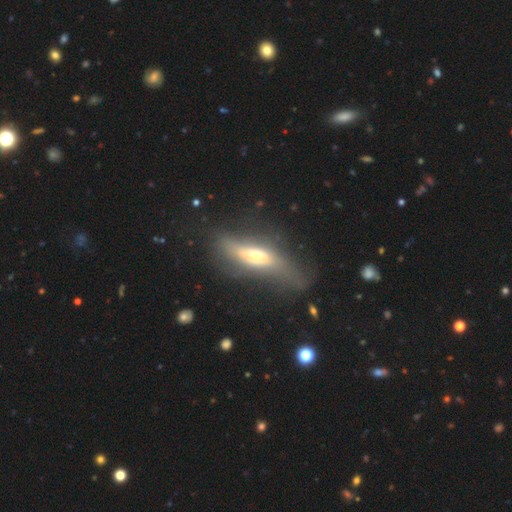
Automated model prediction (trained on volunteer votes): A featured or disk galaxy (59%) viewed edge-on (67%). Merging: none (56%).